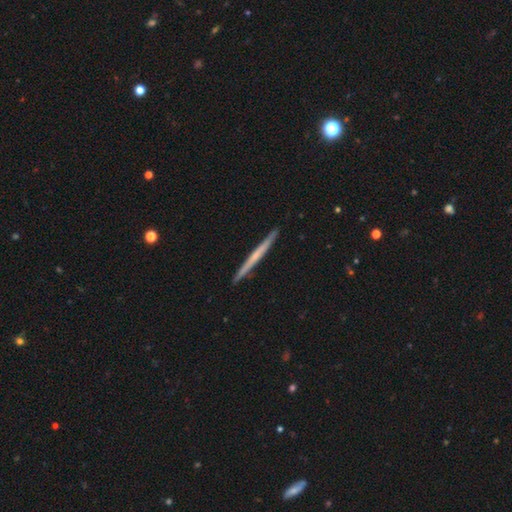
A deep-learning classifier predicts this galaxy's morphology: smooth-or-featured: featured or disk: 57% | smooth: 38% | star or artifact: 5%
  disk-edge-on: yes: 98% | no: 2%
    edge-on-bulge: none: 78% | rounded: 17% | boxy: 5%
  merging: none: 93% | minor disturbance: 5% | major disturbance: 1% | merger: 1%